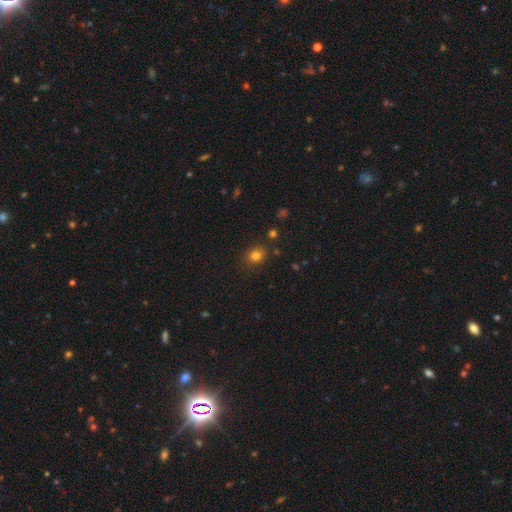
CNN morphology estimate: A smooth galaxy with no disk features (79%) that is round (63%).

Vote fractions:
- Smooth or featured? smooth: 79% / star or artifact: 15% / featured or disk: 6%
- How rounded? round: 63% / in between: 36% / cigar-shaped: 1%
- Merging? none: 83% / minor disturbance: 11% / major disturbance: 3% / merger: 3%